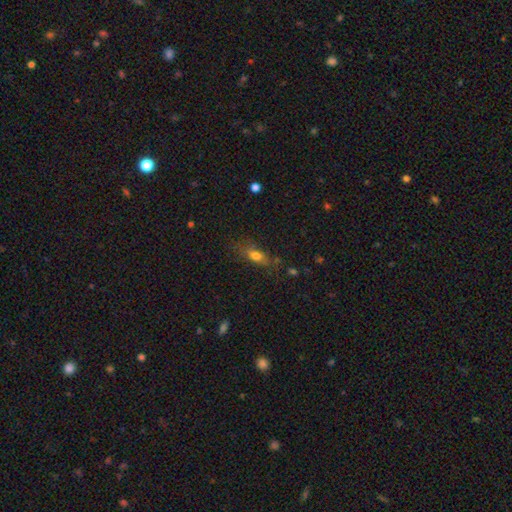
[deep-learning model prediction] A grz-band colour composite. It shows a smooth galaxy with no disk features (71%) that is in between round and cigar-shaped (67%). Merging: none (62%).